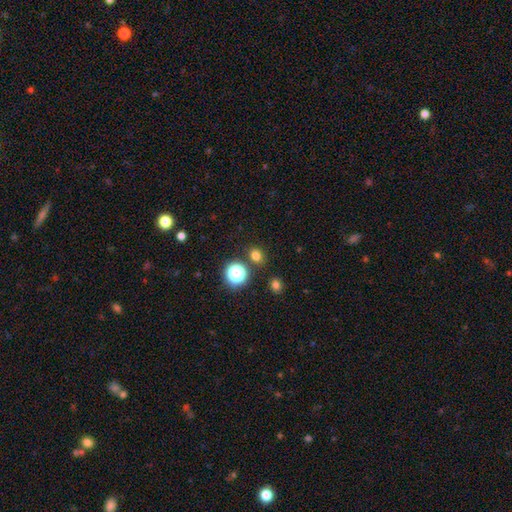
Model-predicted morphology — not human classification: Q: Smooth or featured?
A: smooth (74%); runner-up: star or artifact (21%)
Q: How rounded?
A: round (72%); runner-up: in between (27%)
Q: Merging?
A: none (82%); runner-up: minor disturbance (9%)